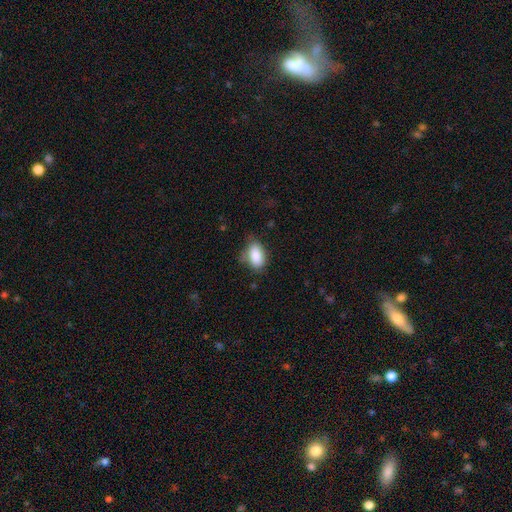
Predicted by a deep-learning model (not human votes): Smooth or featured?
  - smooth: 86% *
  - star or artifact: 7%
  - featured or disk: 6%
How rounded?
  - in between: 90% *
  - round: 8%
  - cigar-shaped: 2%
Merging?
  - none: 64% *
  - minor disturbance: 27%
  - major disturbance: 7%
  - merger: 2%